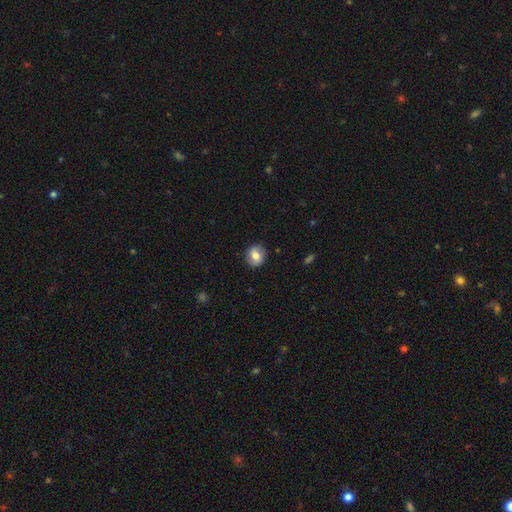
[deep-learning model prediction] smooth_or_featured: smooth (p=0.71) [alt: featured or disk p=0.21]
how_rounded: round (p=0.75) [alt: in between p=0.24]
merging: none (p=0.86) [alt: minor disturbance p=0.10]